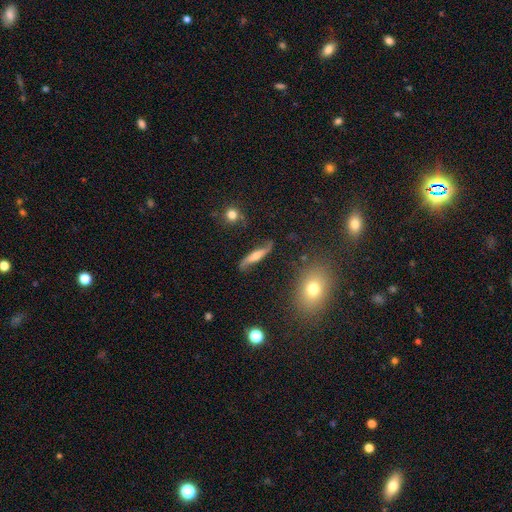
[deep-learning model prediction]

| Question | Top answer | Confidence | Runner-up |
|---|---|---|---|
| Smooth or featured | featured or disk | 71% | smooth (21%) |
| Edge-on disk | no | 61% | yes (39%) |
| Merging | none | 75% | minor disturbance (16%) |